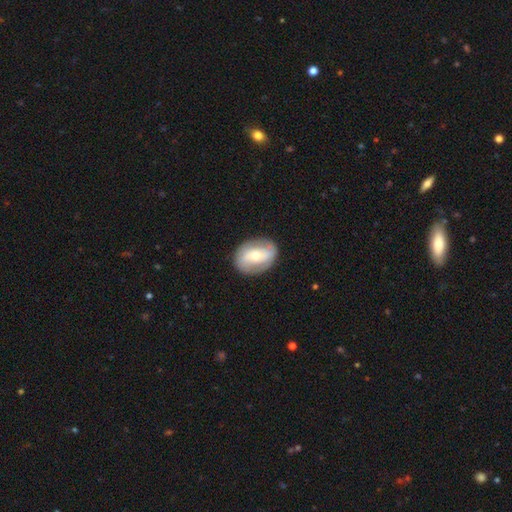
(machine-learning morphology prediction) Smooth or featured? Predicted: featured or disk (p=0.60). Edge-on disk? Predicted: no (p=0.95). Bar? Predicted: no (p=0.42). Spiral arms? Predicted: yes (p=0.62). Bulge size? Predicted: moderate (p=0.60). Merging? Predicted: none (p=0.84).